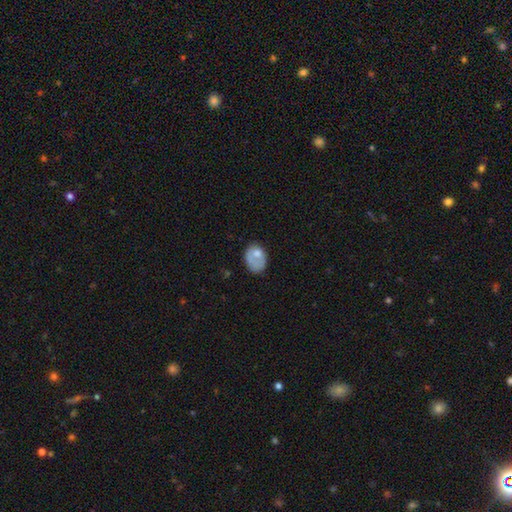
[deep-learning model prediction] smooth_or_featured: smooth (p=0.66) [alt: featured or disk p=0.26]
how_rounded: in between (p=0.68) [alt: round p=0.31]
merging: none (p=0.38) [alt: minor disturbance p=0.29]